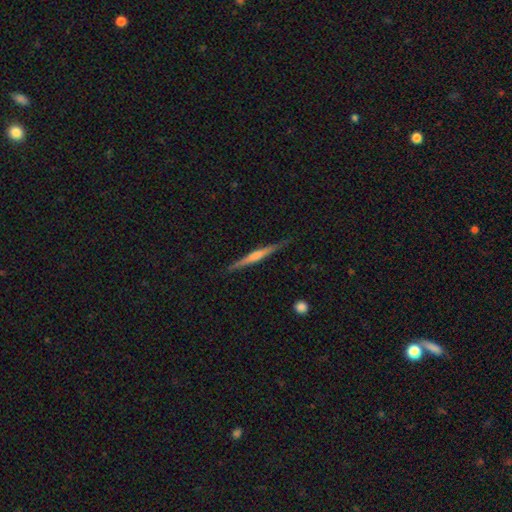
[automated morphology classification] Smooth or featured? featured or disk (77%)
Edge-on disk? yes (98%)
Edge-on bulge? rounded (68%)
Merging? none (91%)